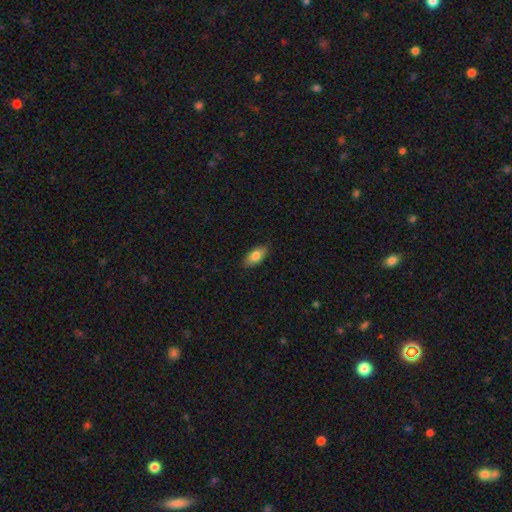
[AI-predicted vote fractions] The model was most divided on "smooth or featured": smooth: 80%, featured or disk: 13%, star or artifact: 7%. More confident: how rounded — in between (88%); merging — none (83%).